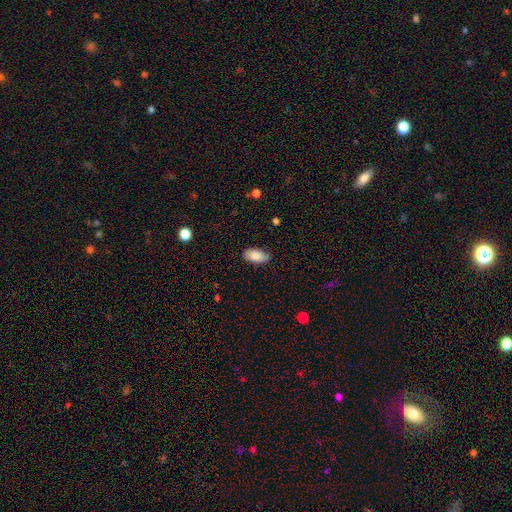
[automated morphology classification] Smooth or featured? smooth (85%)
How rounded? in between (94%)
Merging? none (79%)